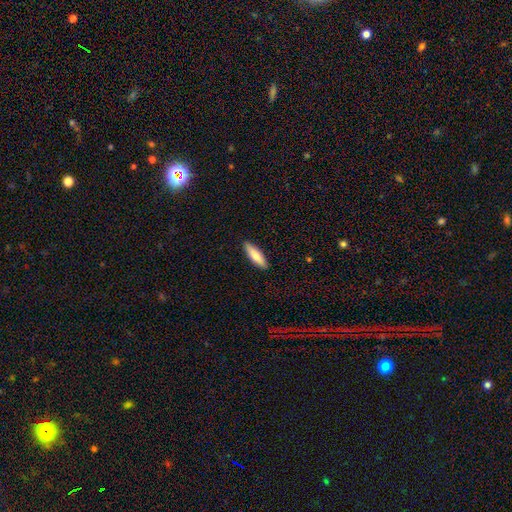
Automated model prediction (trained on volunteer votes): Morphology: type=smooth (79%); roundness=cigar-shaped (61%); merging=none (90%).